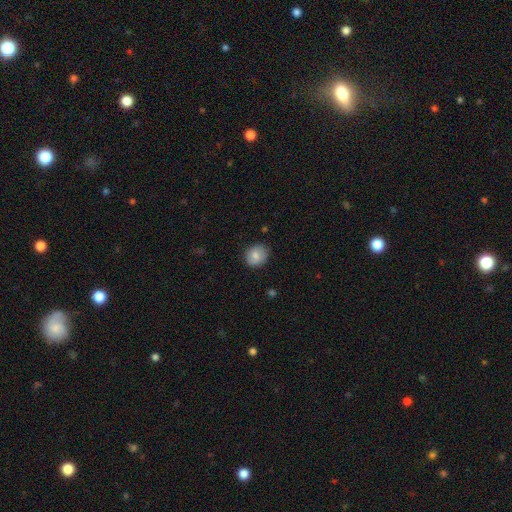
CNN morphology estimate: Smooth or featured?
  - smooth: 81% *
  - featured or disk: 11%
  - star or artifact: 8%
How rounded?
  - round: 65% *
  - in between: 34%
  - cigar-shaped: 1%
Merging?
  - none: 82% *
  - minor disturbance: 14%
  - major disturbance: 3%
  - merger: 1%